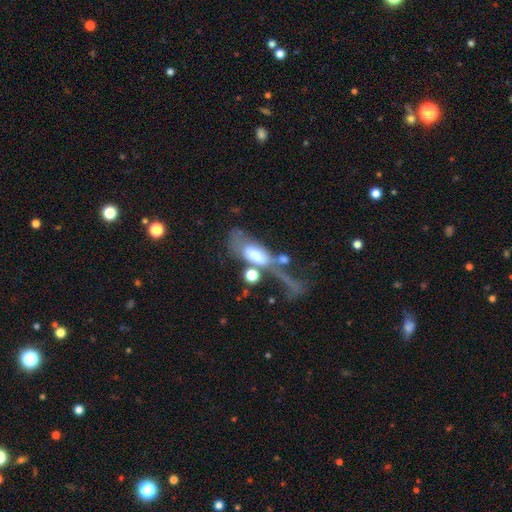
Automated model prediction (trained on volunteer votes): Smooth or featured?
  - smooth: 62% *
  - featured or disk: 28%
  - star or artifact: 10%
How rounded?
  - in between: 82% *
  - cigar-shaped: 13%
  - round: 5%
Merging?
  - merger: 38% *
  - major disturbance: 35%
  - none: 16%
  - minor disturbance: 11%